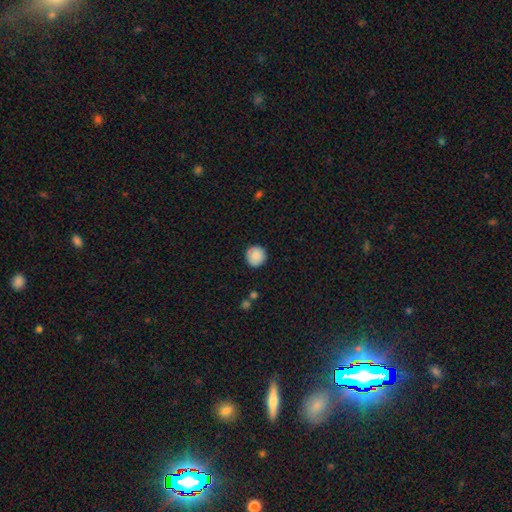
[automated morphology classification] Q: Smooth or featured?
A: smooth (87%); runner-up: star or artifact (8%)
Q: How rounded?
A: round (94%); runner-up: in between (5%)
Q: Merging?
A: none (87%); runner-up: minor disturbance (9%)